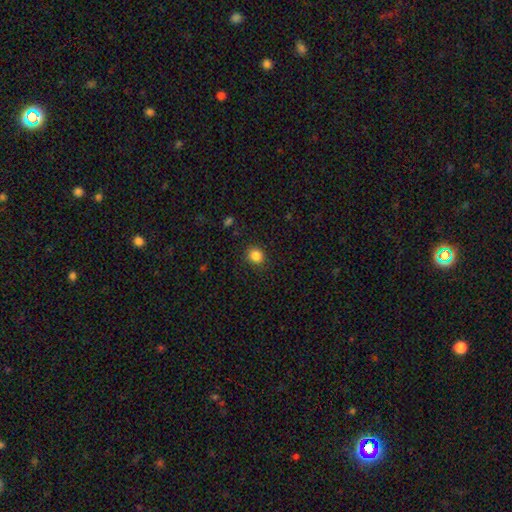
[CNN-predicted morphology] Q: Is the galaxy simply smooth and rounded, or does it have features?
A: smooth — 85%.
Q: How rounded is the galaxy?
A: round — 78%.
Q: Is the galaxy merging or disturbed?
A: none — 87%.